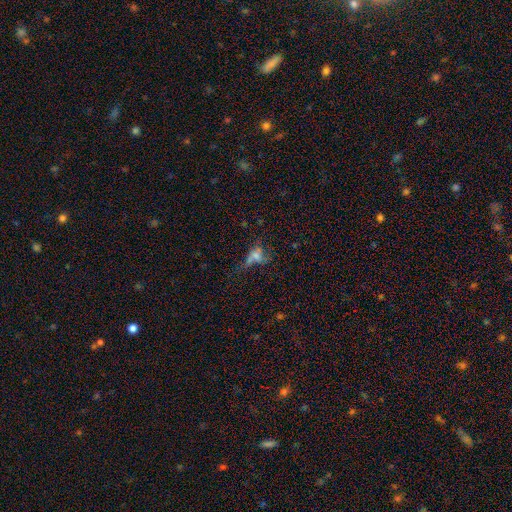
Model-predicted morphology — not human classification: A smooth galaxy with no disk features (46%).

Vote fractions:
- Smooth or featured? smooth: 46% / featured or disk: 29% / star or artifact: 24%
- Merging? major disturbance: 35% / none: 29% / minor disturbance: 19% / merger: 17%